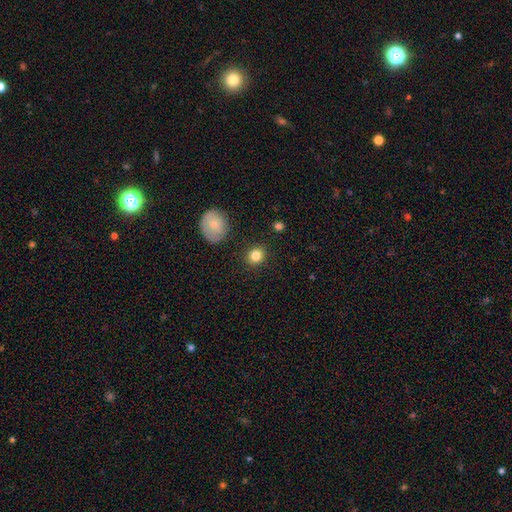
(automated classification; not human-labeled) This appears to be a smooth galaxy with no disk features (84%) that is round (79%). Merging: none (89%).